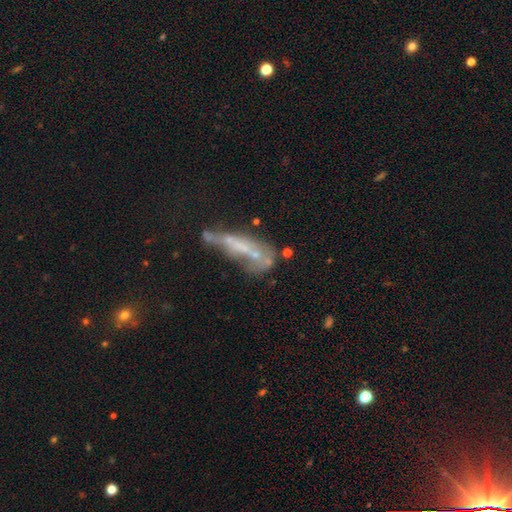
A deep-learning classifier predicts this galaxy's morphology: Smooth or featured? featured or disk (47%)
Merging? merger (38%)